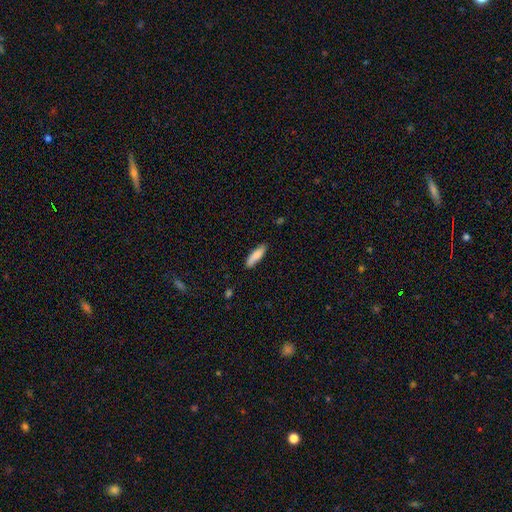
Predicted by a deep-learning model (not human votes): Q: Smooth or featured?
A: smooth (83%); runner-up: featured or disk (11%)
Q: How rounded?
A: cigar-shaped (65%); runner-up: in between (34%)
Q: Merging?
A: none (82%); runner-up: minor disturbance (14%)